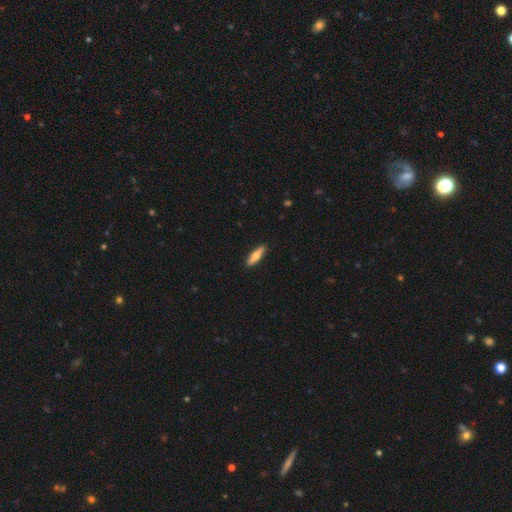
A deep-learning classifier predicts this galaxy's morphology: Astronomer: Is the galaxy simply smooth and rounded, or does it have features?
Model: smooth — 64%.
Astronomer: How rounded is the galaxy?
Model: cigar-shaped — 68%.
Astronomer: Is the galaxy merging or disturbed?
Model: none — 90%.